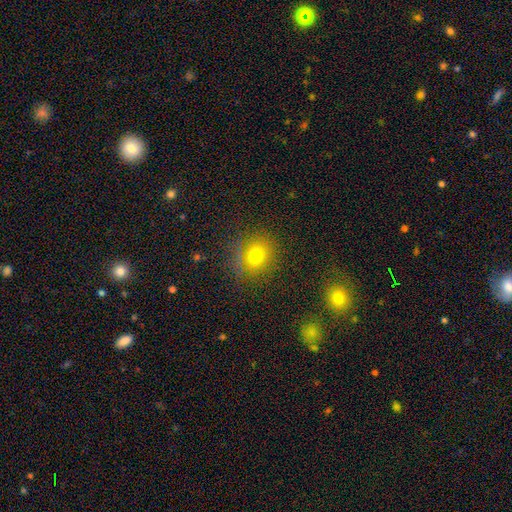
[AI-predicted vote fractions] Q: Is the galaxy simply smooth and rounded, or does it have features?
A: smooth — 71%.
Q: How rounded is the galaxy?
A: round — 78%.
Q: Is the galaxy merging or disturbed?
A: none — 82%.